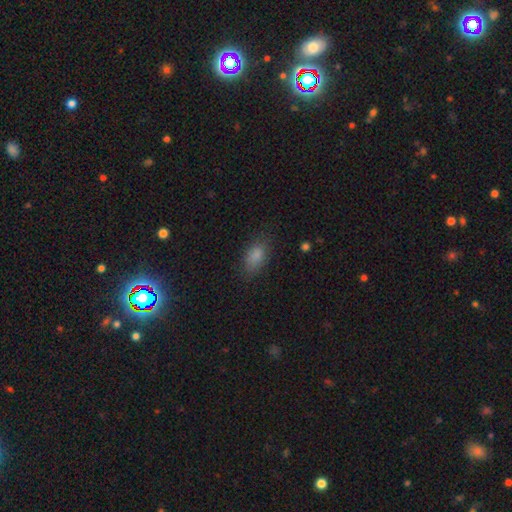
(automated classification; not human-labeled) This is clearly a smooth galaxy (83%). How rounded: clearly in between (89%). Merging: likely none (74%).